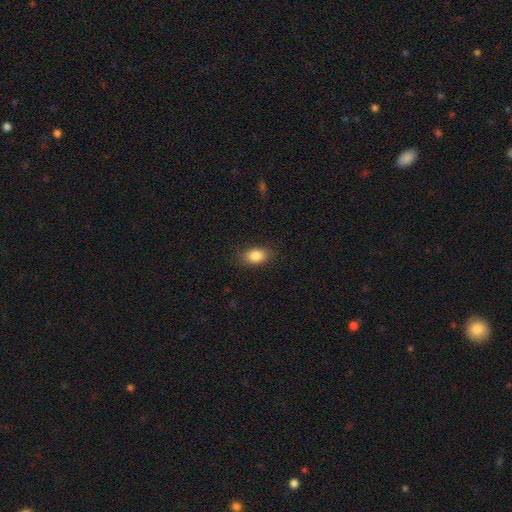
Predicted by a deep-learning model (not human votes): This appears to be a smooth galaxy with no disk features (85%) that is in between round and cigar-shaped (83%). Merging: none (85%).